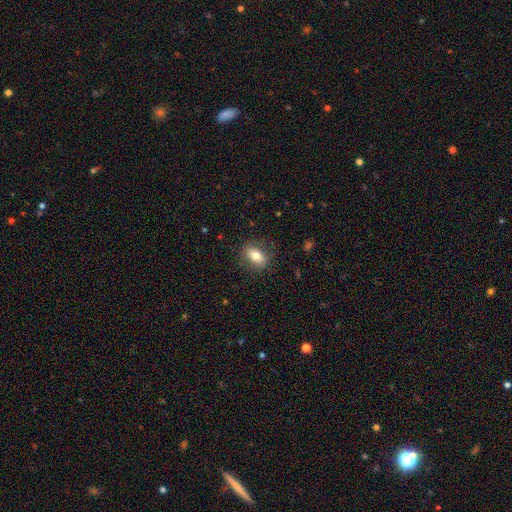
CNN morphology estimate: Q: Smooth or featured?
A: smooth (74%); runner-up: featured or disk (17%)
Q: How rounded?
A: in between (78%); runner-up: round (19%)
Q: Merging?
A: none (82%); runner-up: minor disturbance (13%)